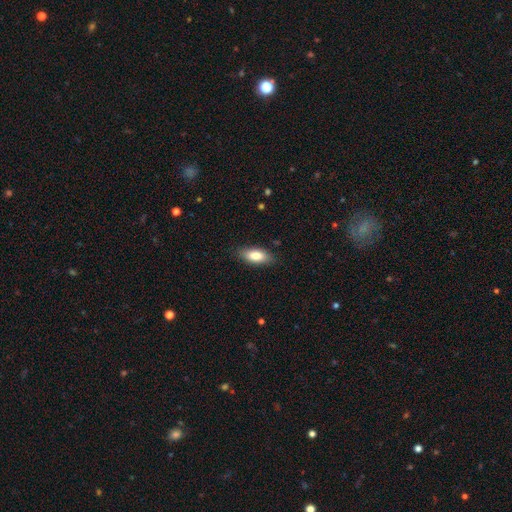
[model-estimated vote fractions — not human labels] Smooth or featured? Predicted: smooth (p=0.83). How rounded? Predicted: in between (p=0.84). Merging? Predicted: none (p=0.85).